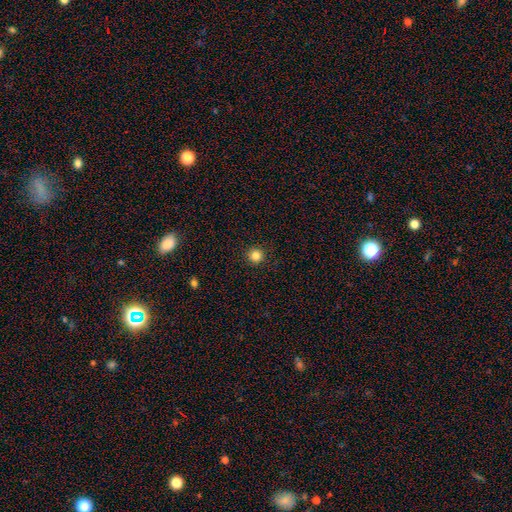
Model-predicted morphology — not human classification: smooth 84%, star or artifact 12%, featured or disk 4%. Down the decision tree: how rounded — round (95%); merging — none (93%).